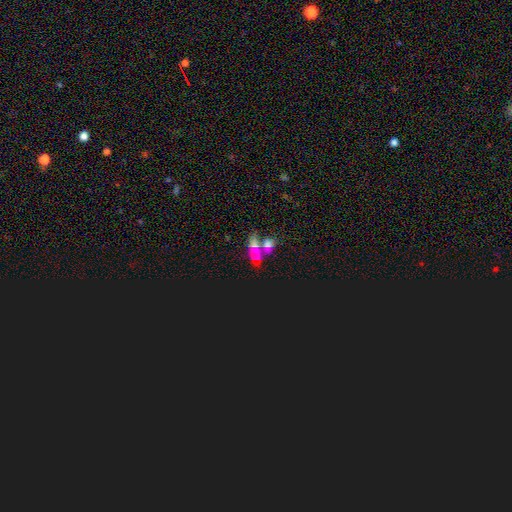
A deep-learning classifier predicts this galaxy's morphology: Smooth or featured?
  - smooth: 43% *
  - star or artifact: 40%
  - featured or disk: 17%
Merging?
  - none: 40% *
  - merger: 37%
  - minor disturbance: 13%
  - major disturbance: 10%